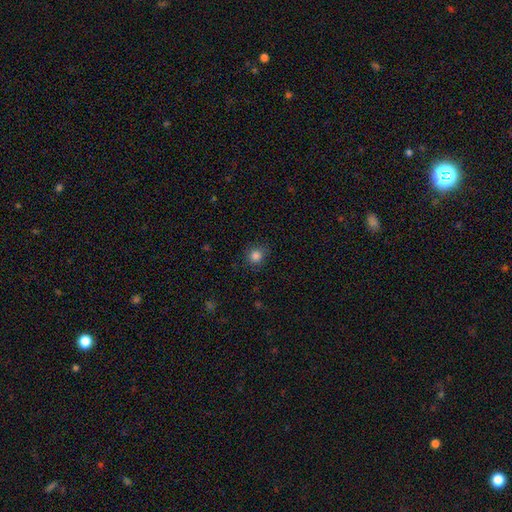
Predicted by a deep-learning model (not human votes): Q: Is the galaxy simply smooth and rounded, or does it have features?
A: smooth — 84%.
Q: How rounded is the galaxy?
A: round — 87%.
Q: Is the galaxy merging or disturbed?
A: none — 86%.